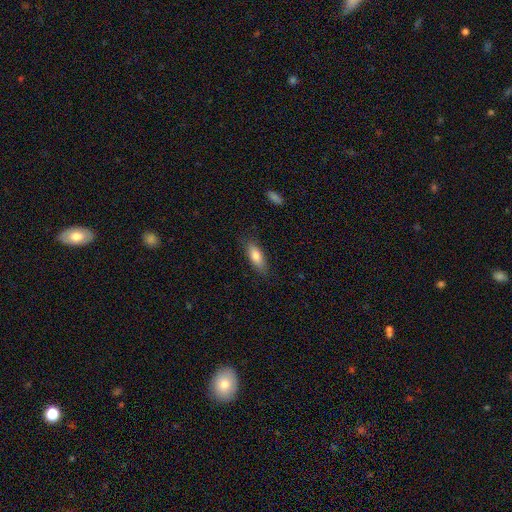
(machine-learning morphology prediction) Q: Smooth or featured?
A: smooth (80%); runner-up: featured or disk (14%)
Q: How rounded?
A: in between (68%); runner-up: cigar-shaped (30%)
Q: Merging?
A: none (83%); runner-up: minor disturbance (13%)